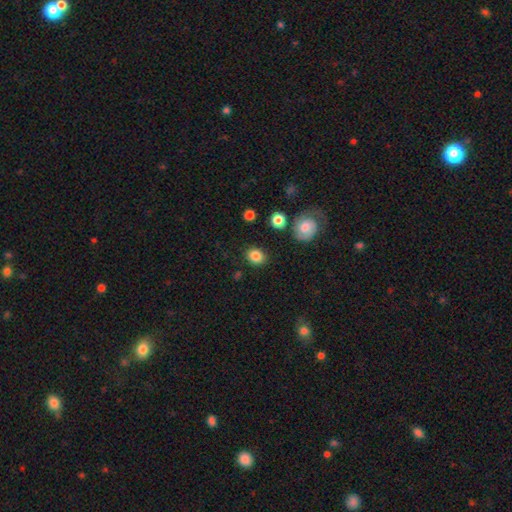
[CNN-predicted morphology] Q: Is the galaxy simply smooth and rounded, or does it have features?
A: smooth — 85%.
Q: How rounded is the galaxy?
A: round — 57%.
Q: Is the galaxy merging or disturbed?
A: none — 85%.